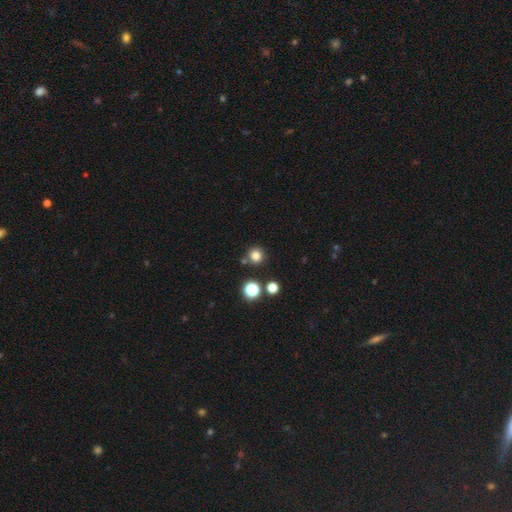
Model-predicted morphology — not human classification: Q: Smooth or featured?
A: smooth (79%); runner-up: star or artifact (16%)
Q: How rounded?
A: round (94%); runner-up: in between (5%)
Q: Merging?
A: none (82%); runner-up: merger (8%)